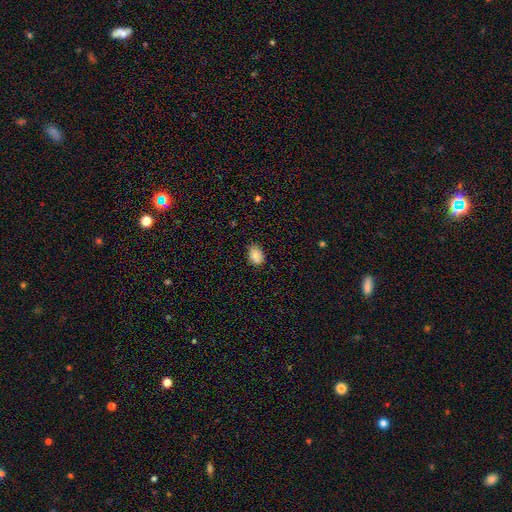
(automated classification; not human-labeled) This appears to be a smooth galaxy with no disk features (86%) that is in between round and cigar-shaped (76%). Merging: none (79%).